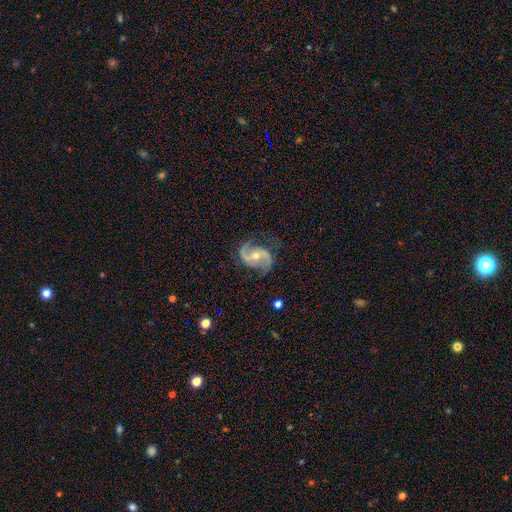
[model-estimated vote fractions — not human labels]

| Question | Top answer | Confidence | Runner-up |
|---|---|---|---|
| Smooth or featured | featured or disk | 91% | star or artifact (5%) |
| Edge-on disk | no | 98% | yes (2%) |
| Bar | no | 52% | weak (36%) |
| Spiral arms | yes | 98% | no (2%) |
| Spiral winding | medium | 51% | loose (34%) |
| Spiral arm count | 2 | 93% | can't tell (2%) |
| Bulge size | moderate | 57% | small (39%) |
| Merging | none | 78% | minor disturbance (16%) |